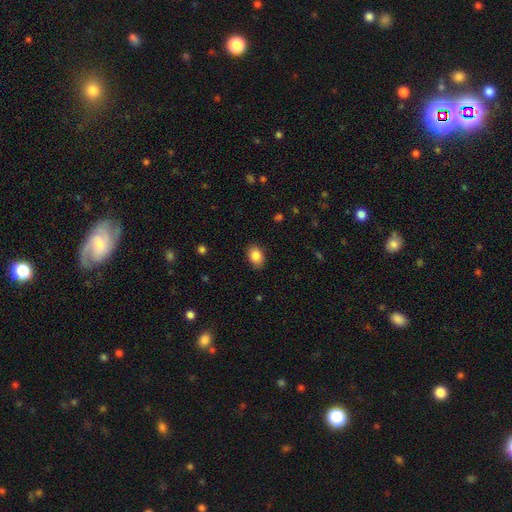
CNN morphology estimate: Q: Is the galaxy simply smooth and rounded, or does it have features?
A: smooth — 86%.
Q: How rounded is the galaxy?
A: in between — 77%.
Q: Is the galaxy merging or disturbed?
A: none — 87%.